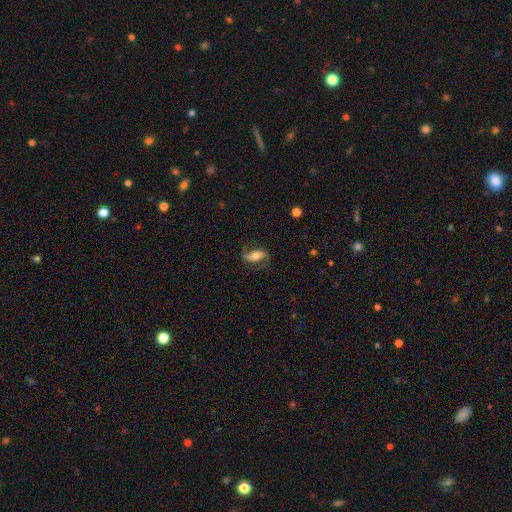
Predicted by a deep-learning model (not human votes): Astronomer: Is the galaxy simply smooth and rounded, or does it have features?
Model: featured or disk — 72%.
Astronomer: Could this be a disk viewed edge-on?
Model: no — 94%.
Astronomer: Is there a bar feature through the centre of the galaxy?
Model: no — 39% (runner-up: weak, 31%).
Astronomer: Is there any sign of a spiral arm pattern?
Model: yes — 92%.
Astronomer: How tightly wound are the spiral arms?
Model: loose — 54% (runner-up: medium, 35%).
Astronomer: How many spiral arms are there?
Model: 2 — 89%.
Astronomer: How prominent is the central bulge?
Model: moderate — 58%.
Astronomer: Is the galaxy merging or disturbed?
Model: none — 71%.